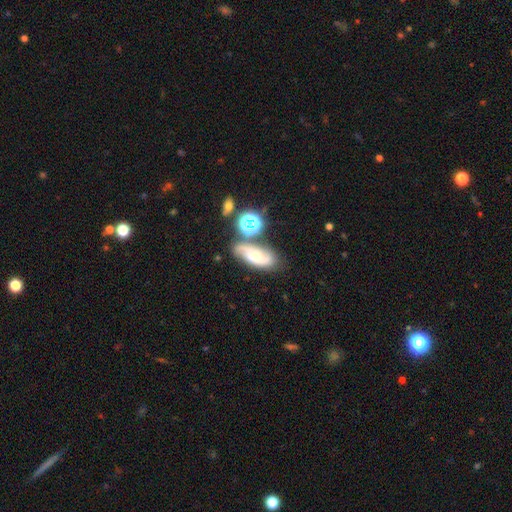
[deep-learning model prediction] A featured or disk galaxy (55%). Merging: none (58%).